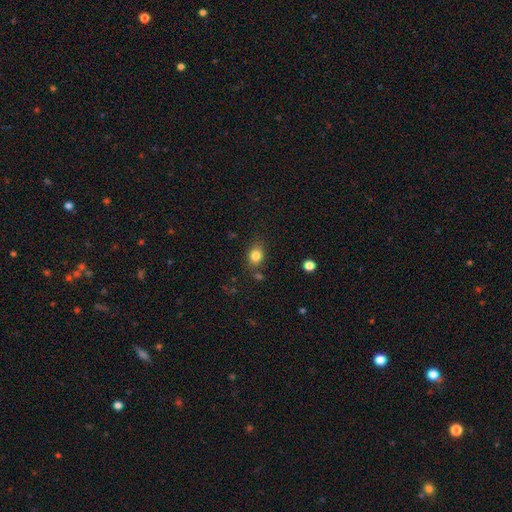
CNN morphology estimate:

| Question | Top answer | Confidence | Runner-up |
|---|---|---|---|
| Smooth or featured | smooth | 83% | star or artifact (11%) |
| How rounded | in between | 52% | round (47%) |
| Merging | none | 77% | minor disturbance (14%) |